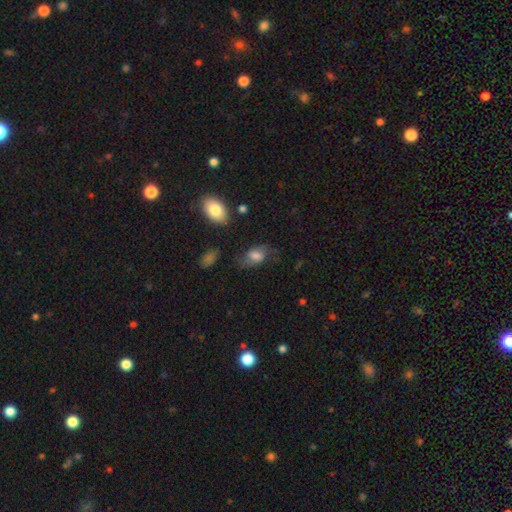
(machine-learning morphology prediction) Smooth or featured?
  - smooth: 59% *
  - featured or disk: 31%
  - star or artifact: 9%
How rounded?
  - in between: 87% *
  - round: 11%
  - cigar-shaped: 3%
Merging?
  - none: 57% *
  - minor disturbance: 24%
  - major disturbance: 15%
  - merger: 3%